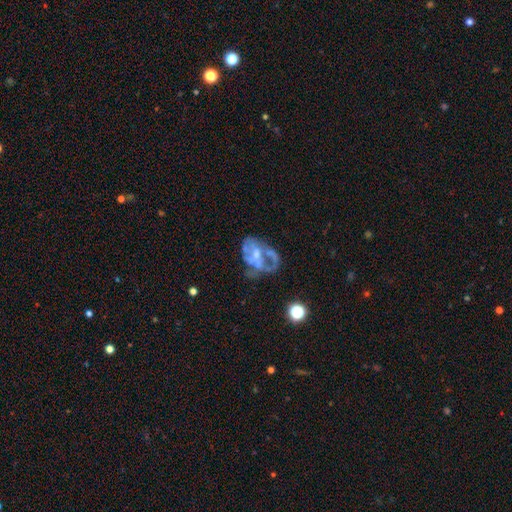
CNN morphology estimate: Q: Smooth or featured?
A: featured or disk (72%); runner-up: smooth (17%)
Q: Edge-on disk?
A: no (97%); runner-up: yes (3%)
Q: Bar?
A: no (68%); runner-up: weak (25%)
Q: Spiral arms?
A: no (59%); runner-up: yes (41%)
Q: Bulge size?
A: moderate (41%); runner-up: small (38%)
Q: Merging?
A: major disturbance (37%); runner-up: none (33%)